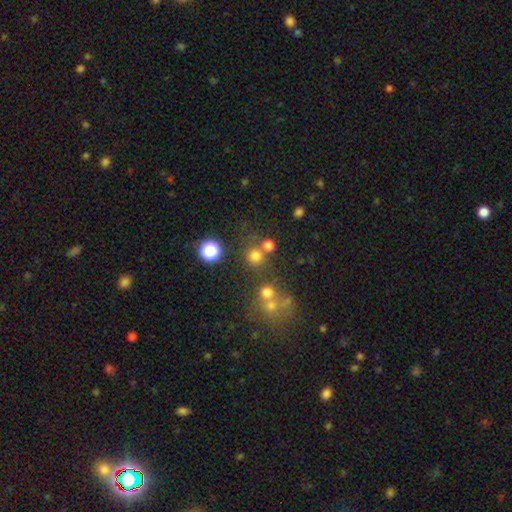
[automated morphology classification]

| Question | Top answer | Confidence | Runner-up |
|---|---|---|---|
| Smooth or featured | smooth | 73% | star or artifact (20%) |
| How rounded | round | 92% | in between (7%) |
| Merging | none | 70% | merger (17%) |